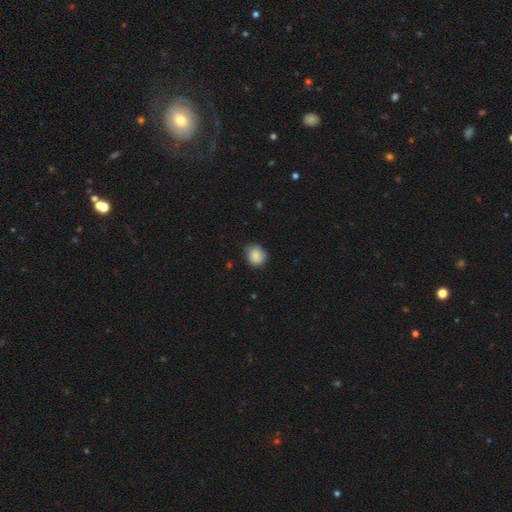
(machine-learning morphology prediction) This appears to be a smooth galaxy with no disk features (87%) that is round (63%). Merging: none (70%).